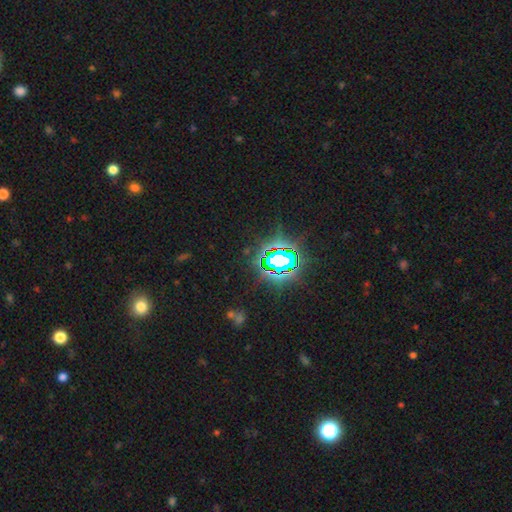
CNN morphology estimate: Q: Smooth or featured?
A: star or artifact (82%); runner-up: smooth (12%)